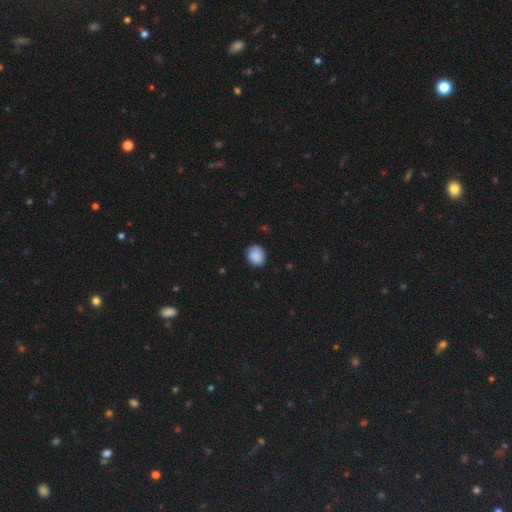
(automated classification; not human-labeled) This appears to be a smooth galaxy with no disk features (88%) that is round (63%). Merging: none (82%).